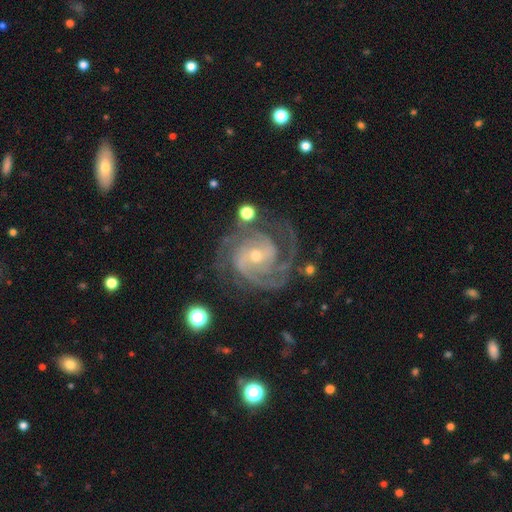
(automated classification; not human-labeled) This appears to be a featured or disk galaxy (92%) with no bar (55%), 3 (37%) tight (64%) spiral arms (98%) and a small central bulge (65%). Merging: none (70%).